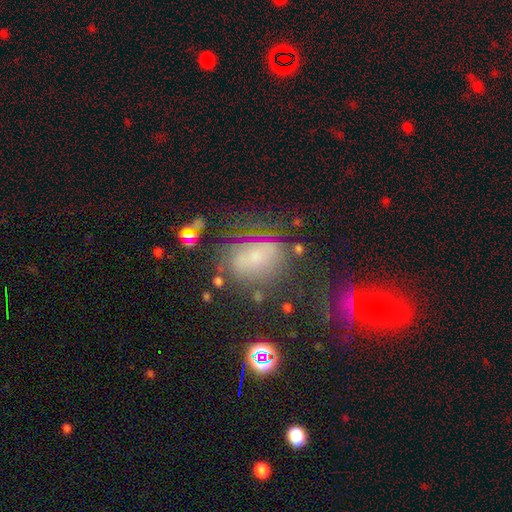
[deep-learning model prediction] Smooth or featured? Predicted: smooth (p=0.42). Merging? Predicted: none (p=0.58).